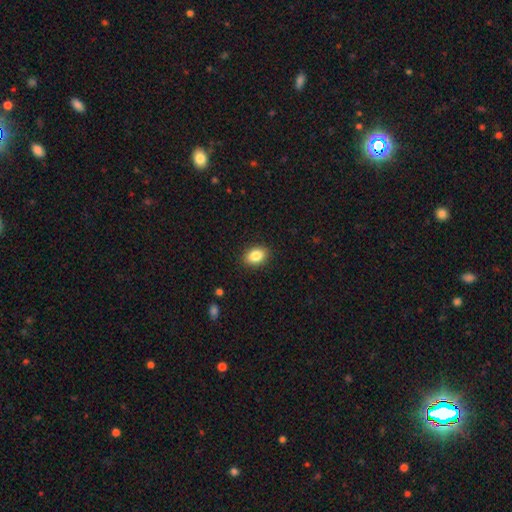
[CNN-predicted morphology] A smooth galaxy with no disk features (85%) that is in between round and cigar-shaped (73%). Merging: none (89%).